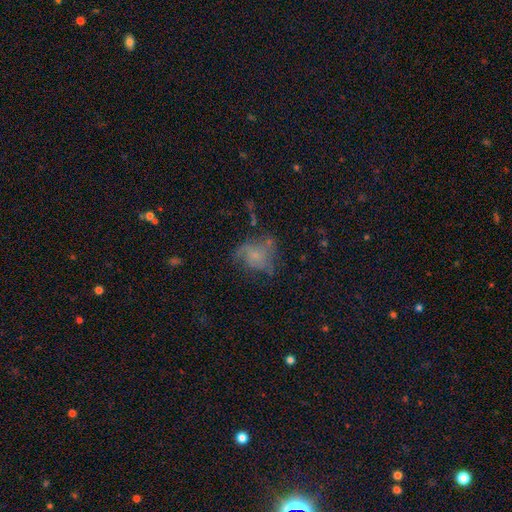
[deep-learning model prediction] Smooth or featured? featured or disk (46%)
Merging? none (45%)